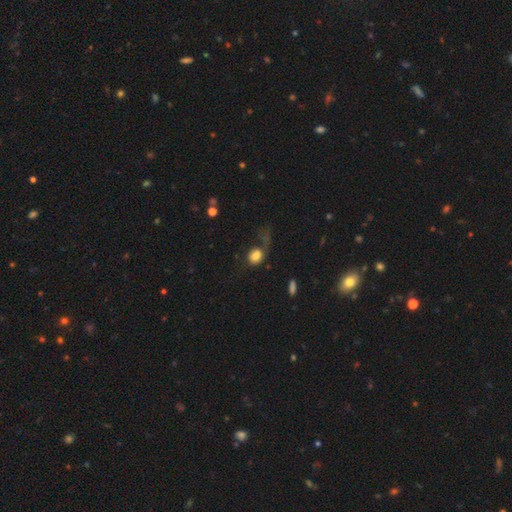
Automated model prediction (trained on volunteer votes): smooth_or_featured: smooth (p=0.77) [alt: featured or disk p=0.13]
how_rounded: round (p=0.57) [alt: in between p=0.42]
merging: major disturbance (p=0.36) [tied with: none p=0.36]